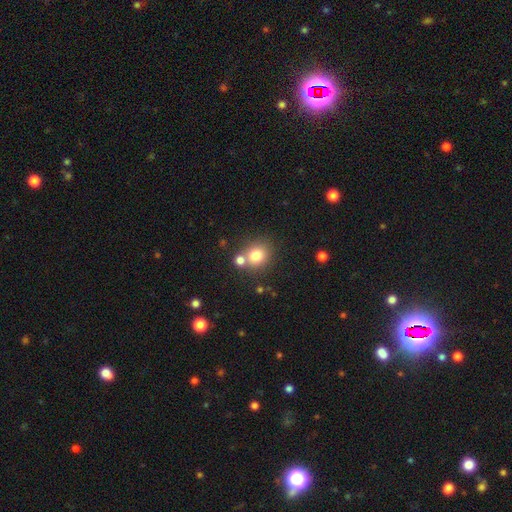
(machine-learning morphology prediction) smooth 78%, star or artifact 12%, featured or disk 10%. Down the decision tree: how rounded — round (79%); merging — none (64%).